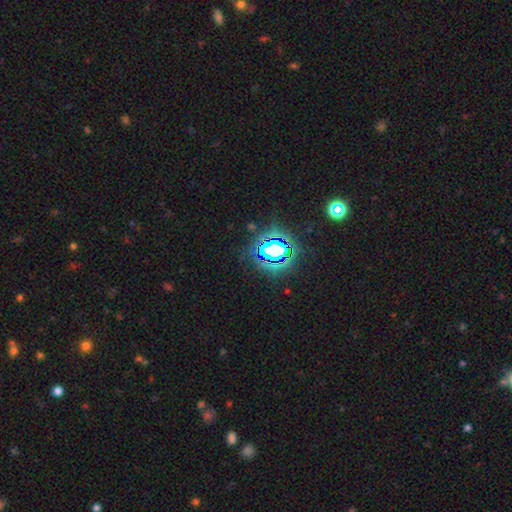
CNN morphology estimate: type=star or artifact (80%).